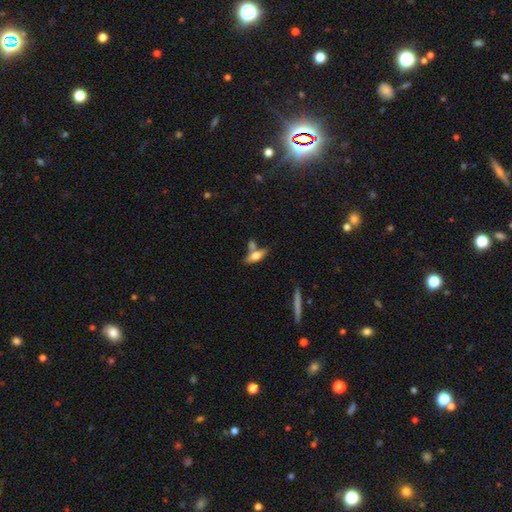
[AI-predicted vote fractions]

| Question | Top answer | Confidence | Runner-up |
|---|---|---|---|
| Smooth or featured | smooth | 57% | featured or disk (35%) |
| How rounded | in between | 54% | cigar-shaped (42%) |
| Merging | none | 55% | merger (27%) |